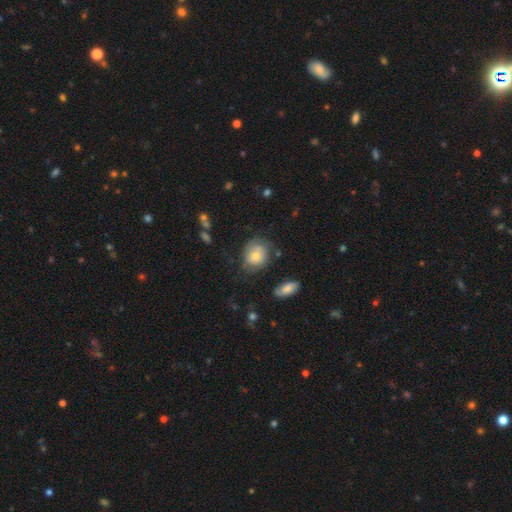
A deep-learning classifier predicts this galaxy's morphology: Smooth or featured? Predicted: smooth (p=0.60). How rounded? Predicted: round (p=0.58). Merging? Predicted: none (p=0.56).